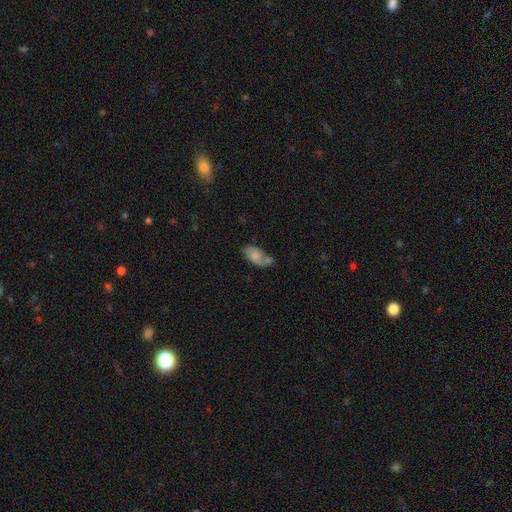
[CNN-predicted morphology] type=smooth (60%); roundness=in between (90%); merging=none (42%).